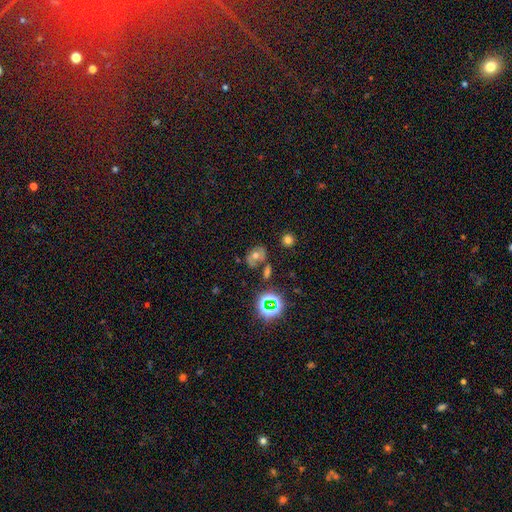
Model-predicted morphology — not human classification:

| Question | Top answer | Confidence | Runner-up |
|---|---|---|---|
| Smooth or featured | smooth | 41% | star or artifact (36%) |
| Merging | none | 66% | minor disturbance (16%) |